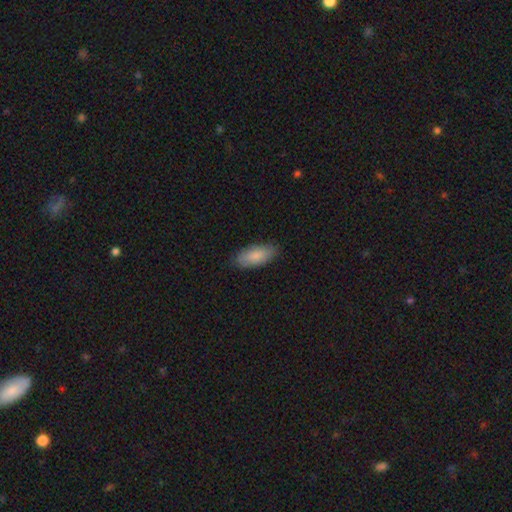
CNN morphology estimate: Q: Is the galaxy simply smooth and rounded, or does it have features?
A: smooth — 84%.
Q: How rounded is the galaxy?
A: in between — 88%.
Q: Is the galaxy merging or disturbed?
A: none — 81%.